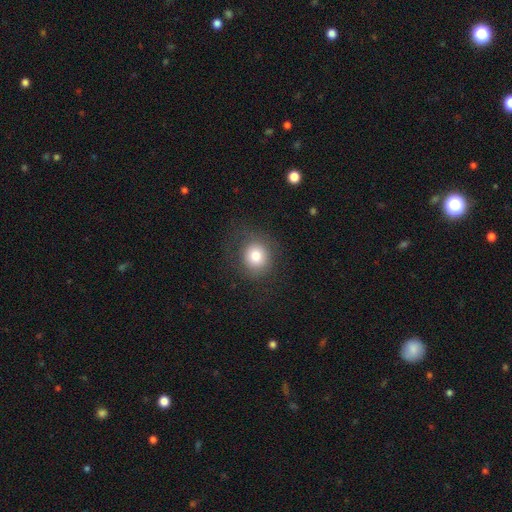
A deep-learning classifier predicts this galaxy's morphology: The model was most divided on "merging": none: 77%, minor disturbance: 13%, major disturbance: 9%, merger: 1%. More confident: how rounded — round (84%); smooth or featured — smooth (77%).